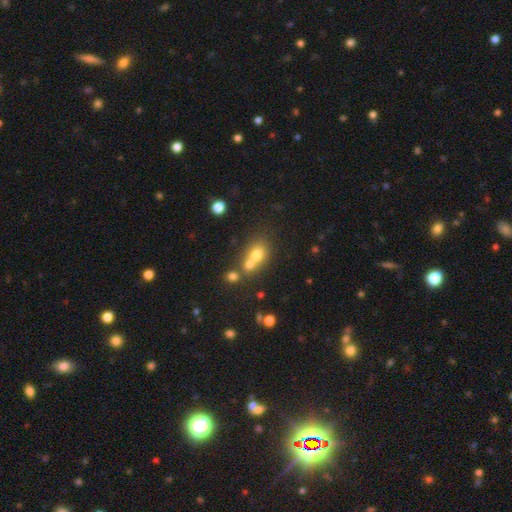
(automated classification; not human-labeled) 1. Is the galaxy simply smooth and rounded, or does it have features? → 62% smooth, 20% star or artifact, 18% featured or disk.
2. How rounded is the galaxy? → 63% round, 35% in between, 2% cigar-shaped.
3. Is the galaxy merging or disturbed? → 55% merger, 34% none, 7% minor disturbance, 4% major disturbance.